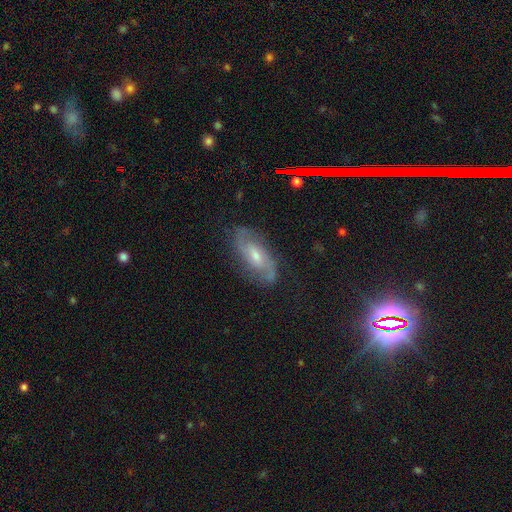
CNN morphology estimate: This appears to be a featured or disk galaxy (73%) with a weak bar (48%), 2 (77%) medium (47%) spiral arms (92%) and a small central bulge (47%). Merging: none (76%).